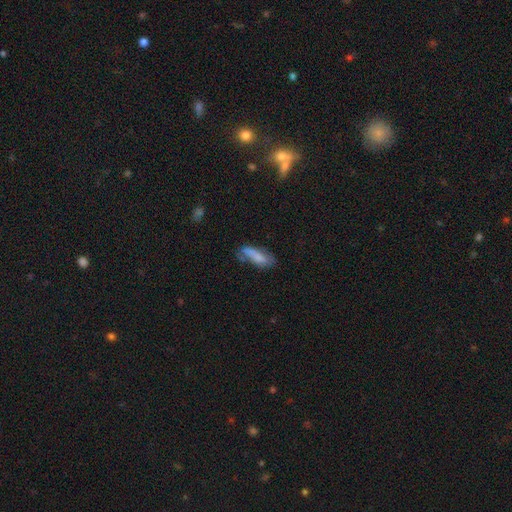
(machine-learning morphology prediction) This appears to be a smooth galaxy with no disk features (69%) that is in between round and cigar-shaped (58%). Merging: none (44%).